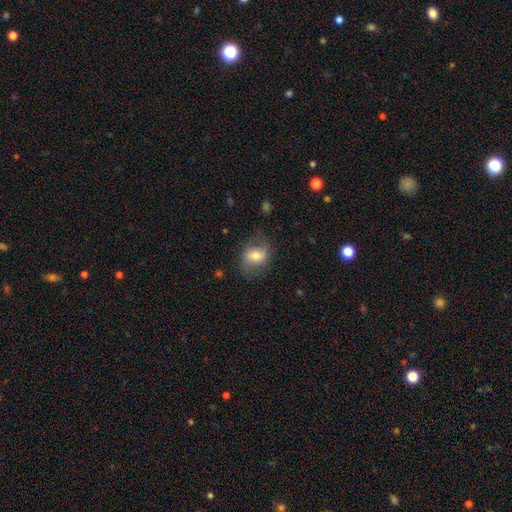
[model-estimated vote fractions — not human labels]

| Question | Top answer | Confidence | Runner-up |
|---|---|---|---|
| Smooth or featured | smooth | 53% | featured or disk (39%) |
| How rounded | in between | 54% | round (45%) |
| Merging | none | 68% | minor disturbance (21%) |